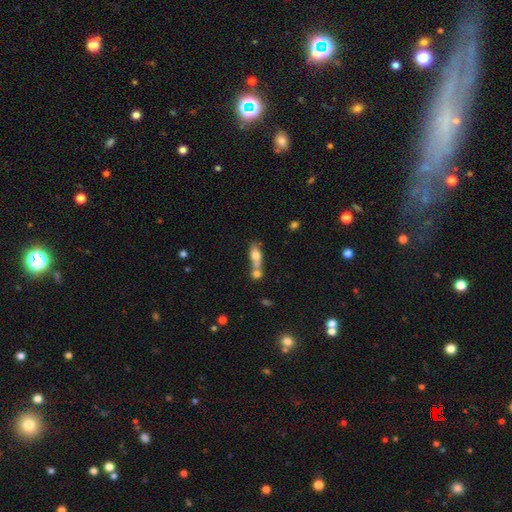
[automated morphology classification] A smooth galaxy with no disk features (67%) that is in between round and cigar-shaped (61%). Merging: merger (57%).